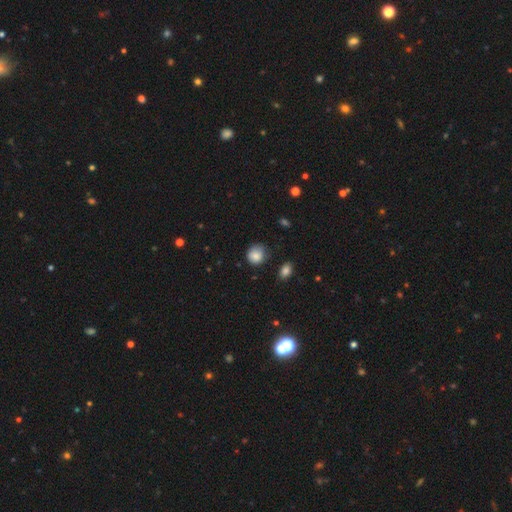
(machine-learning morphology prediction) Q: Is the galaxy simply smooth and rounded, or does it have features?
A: smooth — 84%.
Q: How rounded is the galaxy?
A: round — 80%.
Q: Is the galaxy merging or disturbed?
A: none — 66%.